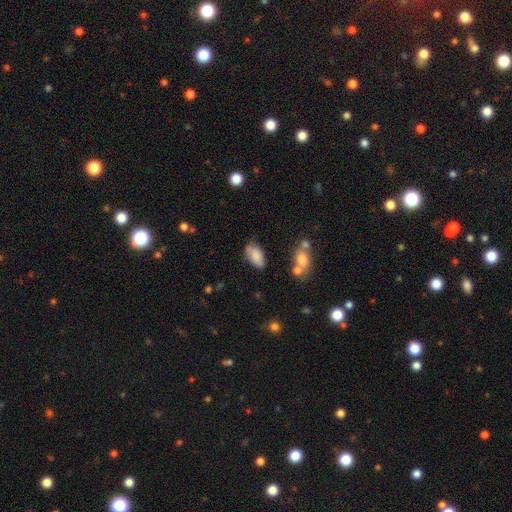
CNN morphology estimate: This is clearly a smooth galaxy (84%). How rounded: clearly in between (93%). Merging: likely none (70%).